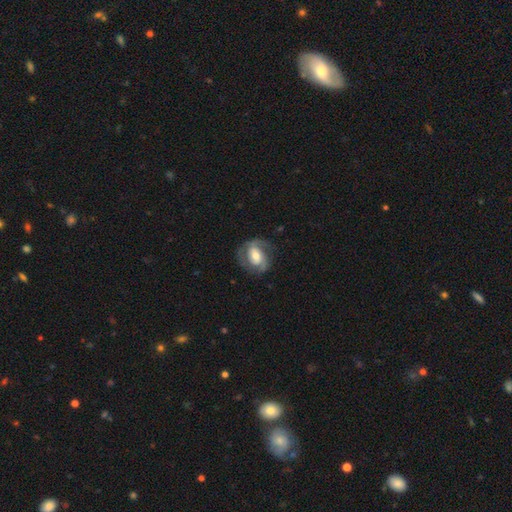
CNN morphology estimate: This appears to be a featured or disk galaxy (76%) with no bar (40%), 2 (76%) medium (46%) spiral arms (90%) and a moderate central bulge (64%). Merging: none (68%).